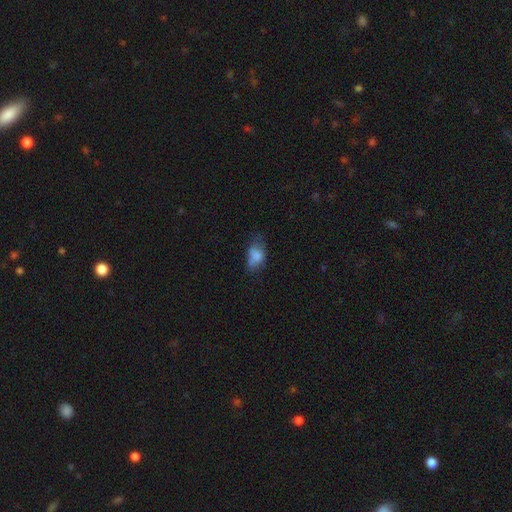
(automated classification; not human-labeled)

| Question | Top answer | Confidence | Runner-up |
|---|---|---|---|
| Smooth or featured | smooth | 74% | featured or disk (16%) |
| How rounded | in between | 86% | round (12%) |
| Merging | none | 40% | minor disturbance (34%) |